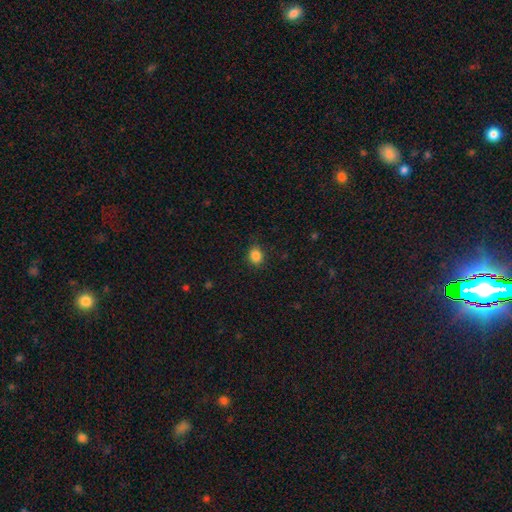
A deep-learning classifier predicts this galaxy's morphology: This is clearly a smooth galaxy (85%). How rounded: likely round (64%). Merging: clearly none (83%).